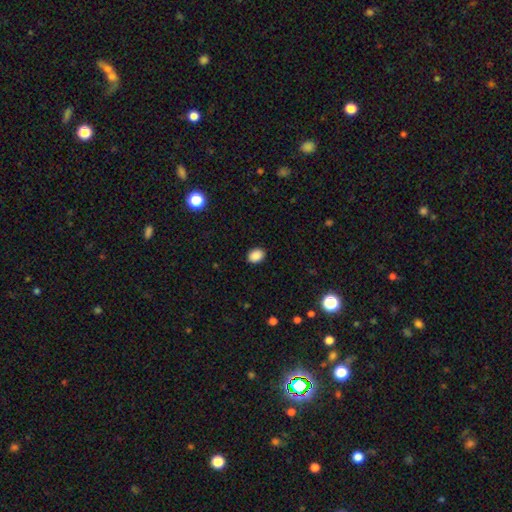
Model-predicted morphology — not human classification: Overall: smooth (88%). How rounded: in between (61%; round 38%). Merging: none (90%).